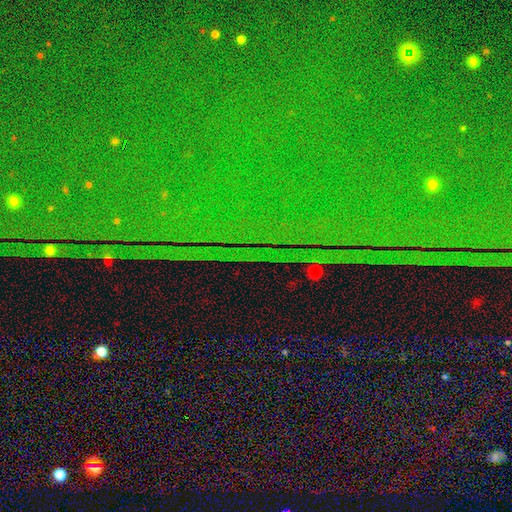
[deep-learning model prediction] The model was most divided on "smooth or featured": star or artifact: 84%, featured or disk: 9%, smooth: 7%.